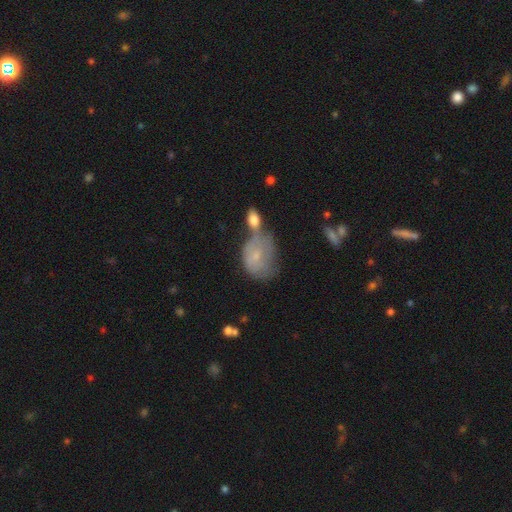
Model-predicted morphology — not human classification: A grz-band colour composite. It shows a smooth galaxy with no disk features (51%) that is in between round and cigar-shaped (63%). Merging: merger (34%).